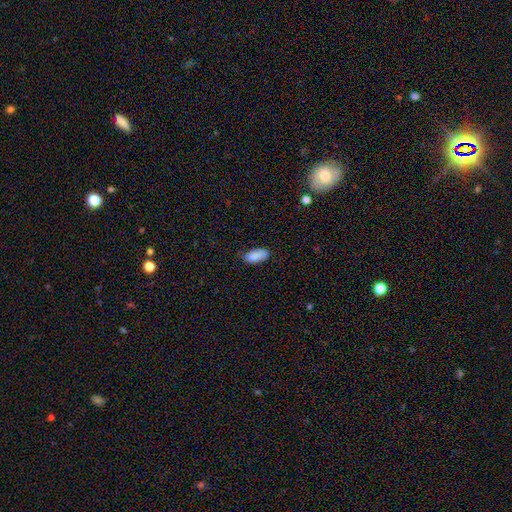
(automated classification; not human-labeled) This appears to be a smooth galaxy with no disk features (89%) that is in between round and cigar-shaped (91%). Merging: none (78%).